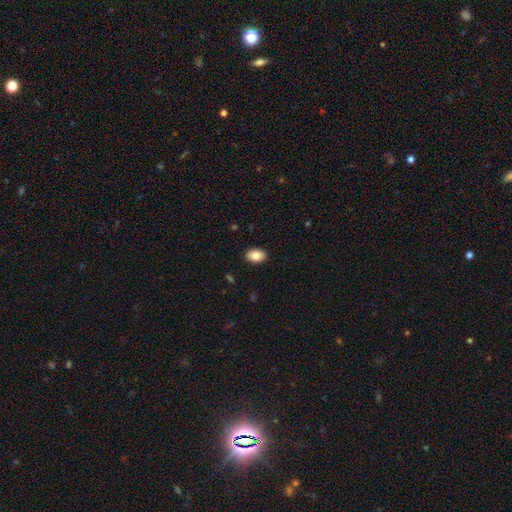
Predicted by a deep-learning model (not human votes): A smooth galaxy with no disk features (87%) that is in between round and cigar-shaped (87%). Merging: none (90%).